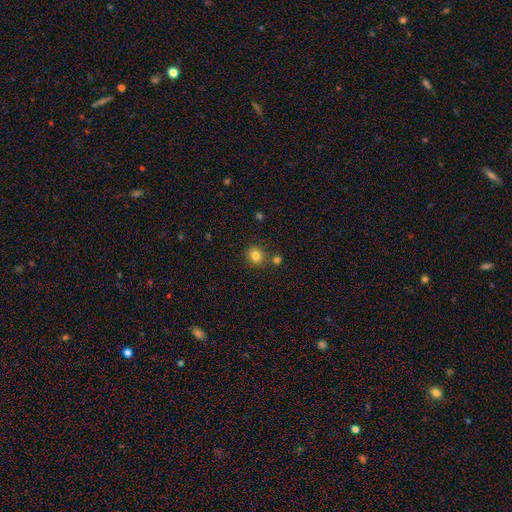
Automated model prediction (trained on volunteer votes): Overall: smooth (81%). How rounded: round (88%). Merging: none (80%).